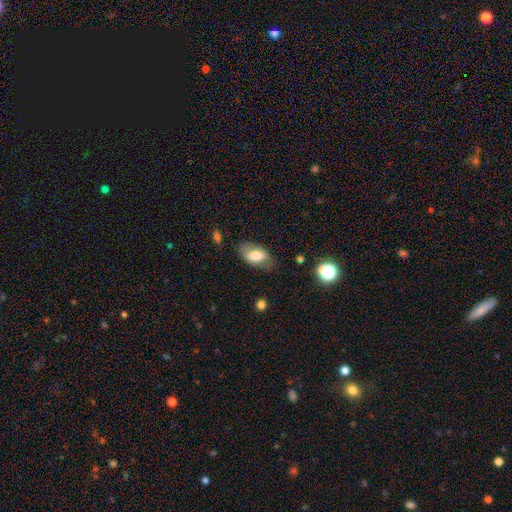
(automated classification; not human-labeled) This is likely a smooth galaxy (70%). How rounded: clearly in between (91%). Merging: likely none (69%).